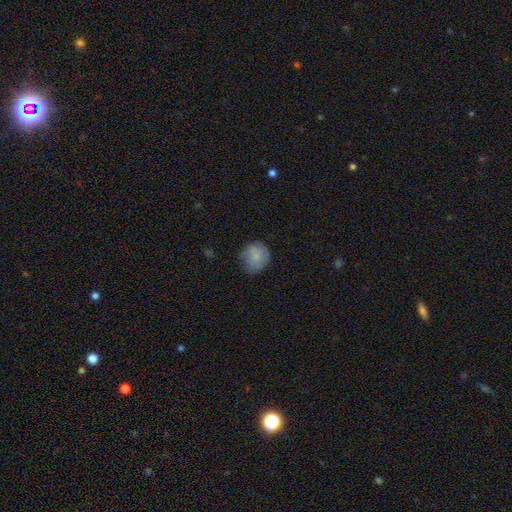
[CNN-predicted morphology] Smooth or featured? Predicted: smooth (p=0.81). How rounded? Predicted: round (p=0.83). Merging? Predicted: none (p=0.68).